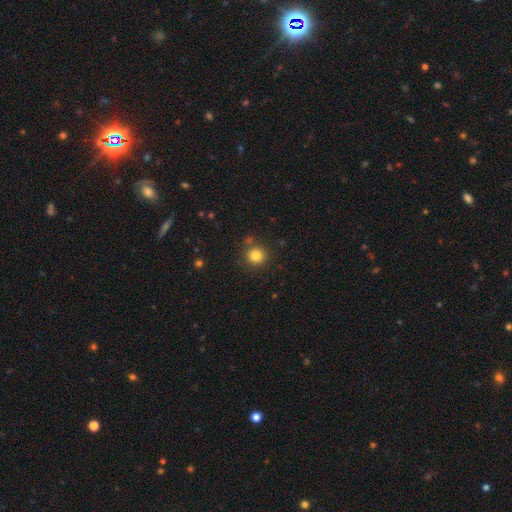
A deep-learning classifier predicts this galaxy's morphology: This is clearly a smooth galaxy (81%). How rounded: clearly round (93%). Merging: clearly none (84%).